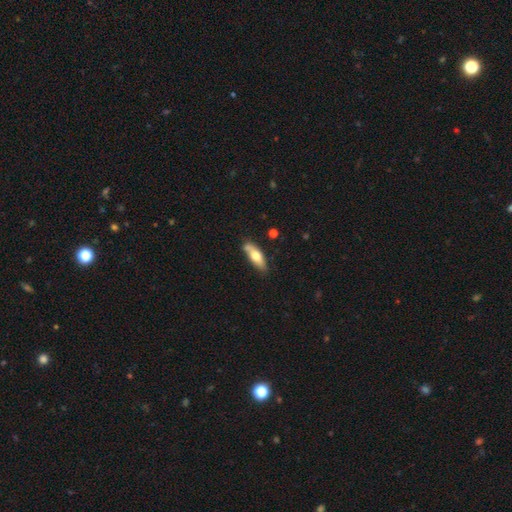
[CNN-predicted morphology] Smooth or featured?
  - smooth: 63% *
  - featured or disk: 31%
  - star or artifact: 6%
How rounded?
  - in between: 59% *
  - cigar-shaped: 39%
  - round: 3%
Merging?
  - none: 65% *
  - minor disturbance: 20%
  - merger: 10%
  - major disturbance: 4%